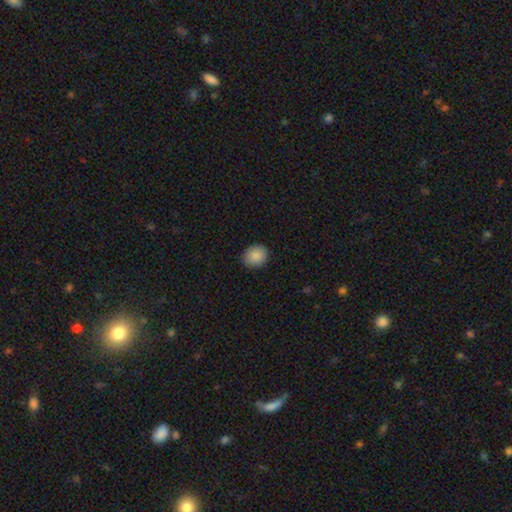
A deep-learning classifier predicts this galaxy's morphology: smooth-or-featured: smooth: 88% | star or artifact: 8% | featured or disk: 4%
  how-rounded: round: 63% | in between: 36% | cigar-shaped: 1%
  merging: none: 84% | minor disturbance: 13% | major disturbance: 2% | merger: 1%